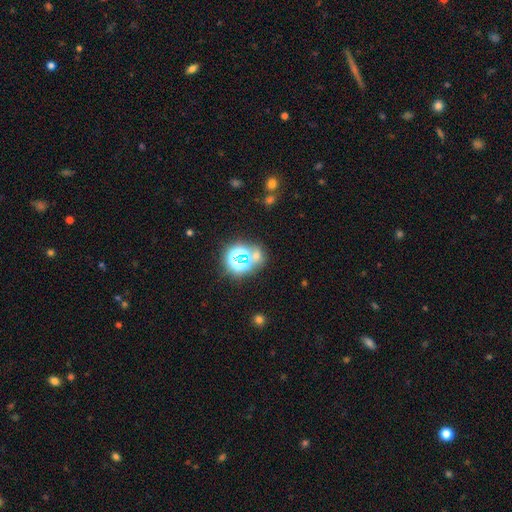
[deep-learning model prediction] star or artifact 59%, smooth 30%, featured or disk 10%.